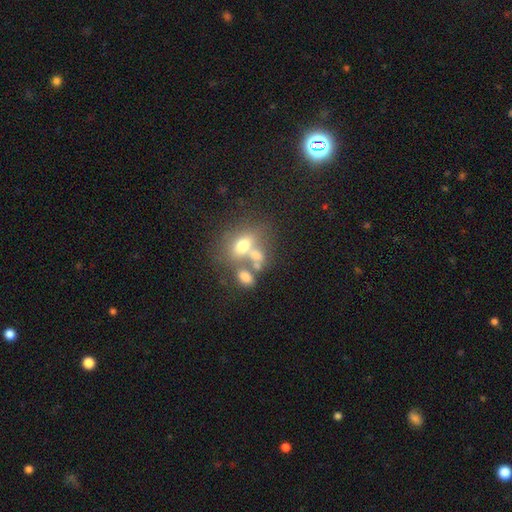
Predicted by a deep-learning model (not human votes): This is likely a smooth galaxy (61%). How rounded: likely in between (69%). Merging: possibly merger (48%).